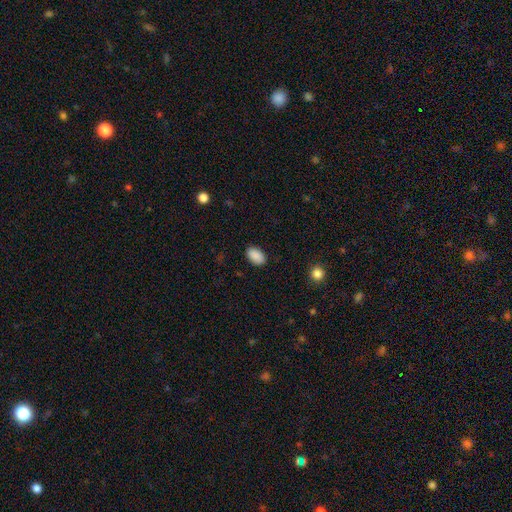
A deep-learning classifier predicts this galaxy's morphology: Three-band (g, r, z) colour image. It shows a smooth galaxy with no disk features (90%) that is in between round and cigar-shaped (91%). Merging: none (87%).